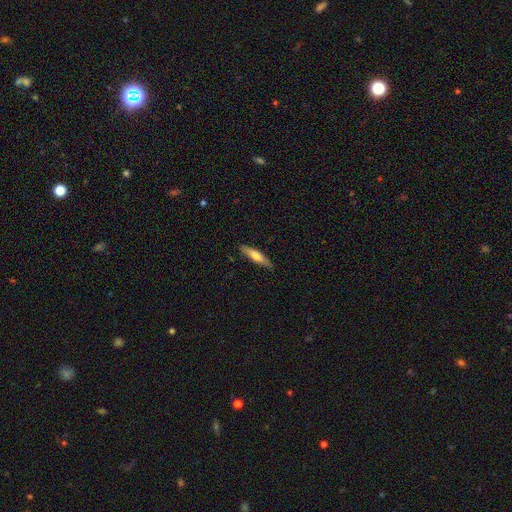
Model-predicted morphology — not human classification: smooth 62%, featured or disk 32%, star or artifact 5%. Down the decision tree: how rounded — cigar-shaped (79%); merging — none (86%).